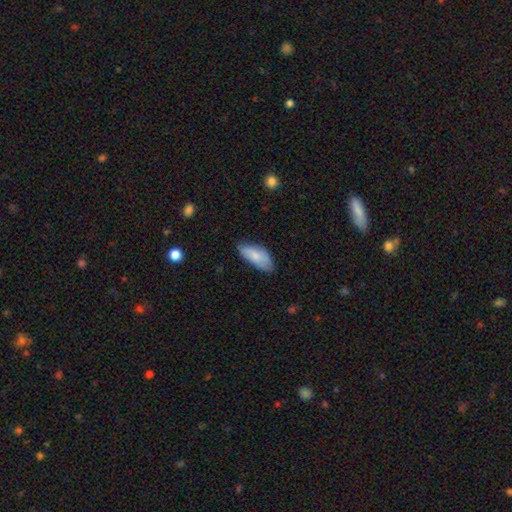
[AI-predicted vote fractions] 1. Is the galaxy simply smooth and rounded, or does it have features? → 78% smooth, 16% featured or disk, 6% star or artifact.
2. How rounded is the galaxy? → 86% in between, 12% cigar-shaped, 2% round.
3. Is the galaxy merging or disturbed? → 65% none, 29% minor disturbance, 5% major disturbance, 2% merger.